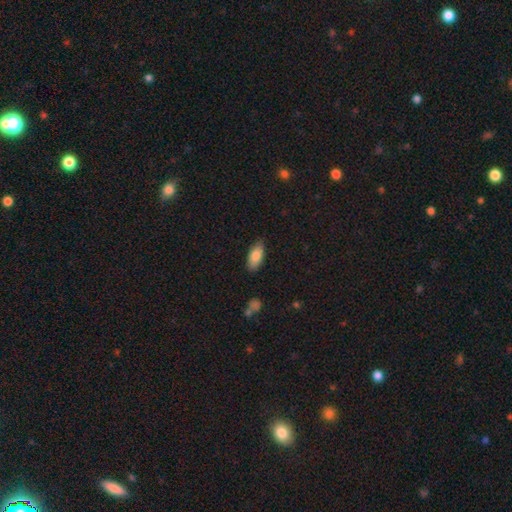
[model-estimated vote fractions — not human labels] Smooth or featured? smooth (83%)
How rounded? in between (88%)
Merging? none (84%)